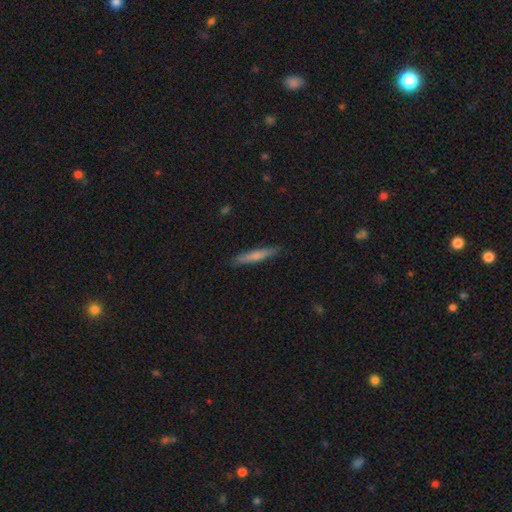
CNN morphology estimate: This appears to be a smooth galaxy with no disk features (61%) that is cigar-shaped (92%). Merging: none (89%).